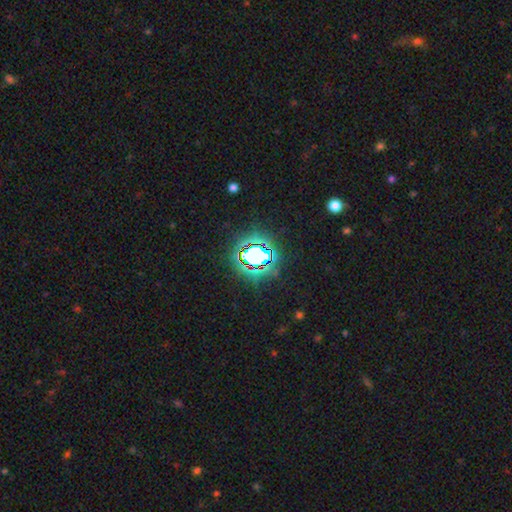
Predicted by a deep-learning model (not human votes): Smooth or featured? Predicted: star or artifact (p=0.72).